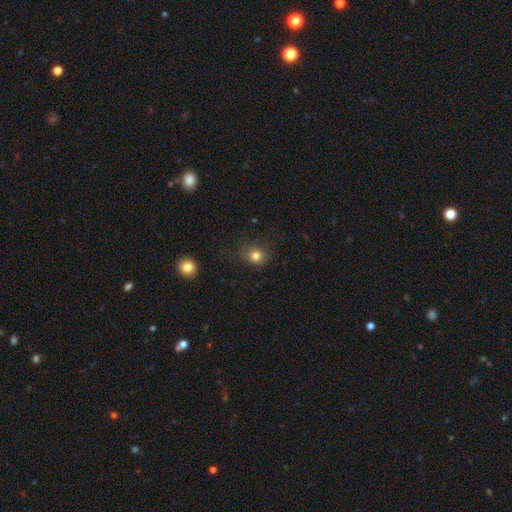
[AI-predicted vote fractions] Smooth or featured?
  - smooth: 81% *
  - star or artifact: 13%
  - featured or disk: 6%
How rounded?
  - round: 80% *
  - in between: 19%
  - cigar-shaped: 1%
Merging?
  - none: 81% *
  - minor disturbance: 14%
  - major disturbance: 4%
  - merger: 1%